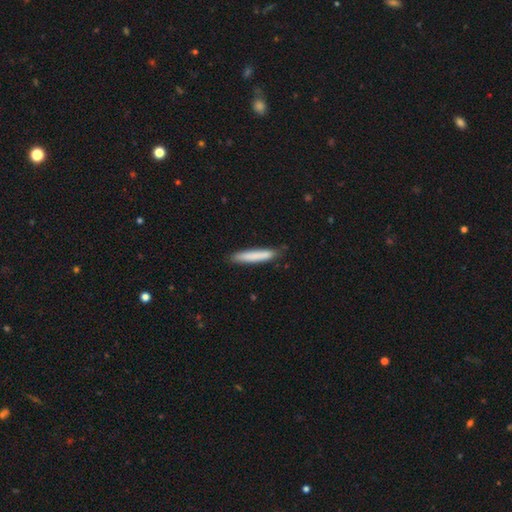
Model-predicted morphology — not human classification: Smooth or featured: smooth — 81% (featured or disk — 13%)
How rounded: cigar-shaped — 92% (in between — 7%)
Merging: none — 83% (minor disturbance — 14%)